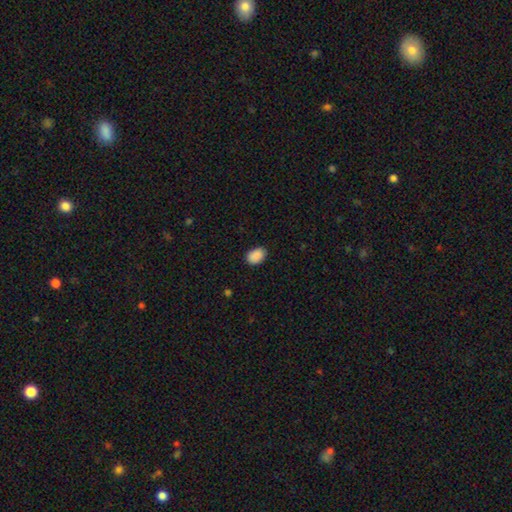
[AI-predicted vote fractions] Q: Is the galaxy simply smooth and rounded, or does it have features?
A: smooth — 90%.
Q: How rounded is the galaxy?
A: in between — 80%.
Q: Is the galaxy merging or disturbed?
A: none — 86%.